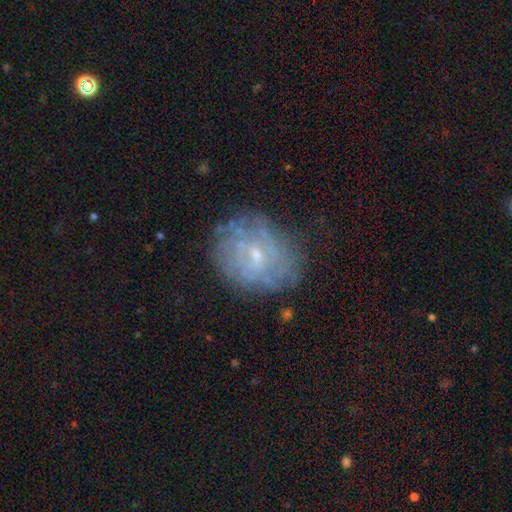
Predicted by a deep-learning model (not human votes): smooth_or_featured: featured or disk (p=0.64) [alt: smooth p=0.26]
disk_edge_on: no (p=0.97) [alt: yes p=0.03]
bar: no (p=0.51) [alt: weak p=0.42]
has_spiral_arms: yes (p=0.57) [alt: no p=0.43]
bulge_size: small (p=0.67) [alt: moderate p=0.26]
merging: none (p=0.67) [alt: minor disturbance p=0.20]